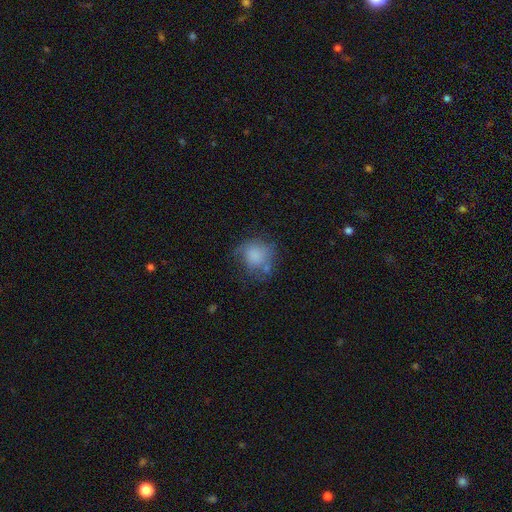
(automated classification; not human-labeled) smooth 69%, featured or disk 22%, star or artifact 9%. Down the decision tree: how rounded — round (74%); merging — none (43%).